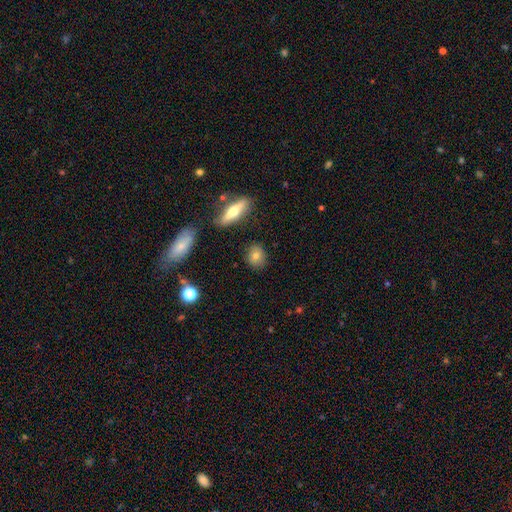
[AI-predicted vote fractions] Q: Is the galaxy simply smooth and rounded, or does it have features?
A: smooth — 76%.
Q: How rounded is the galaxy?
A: round — 56%.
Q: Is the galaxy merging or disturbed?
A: none — 85%.